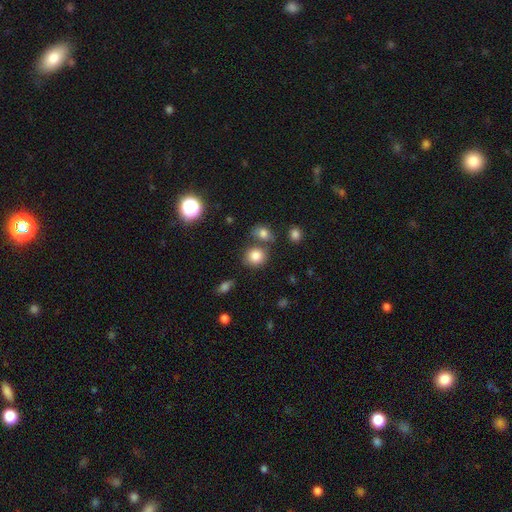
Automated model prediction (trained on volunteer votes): This is clearly a smooth galaxy (82%). How rounded: likely round (77%). Merging: likely none (65%).